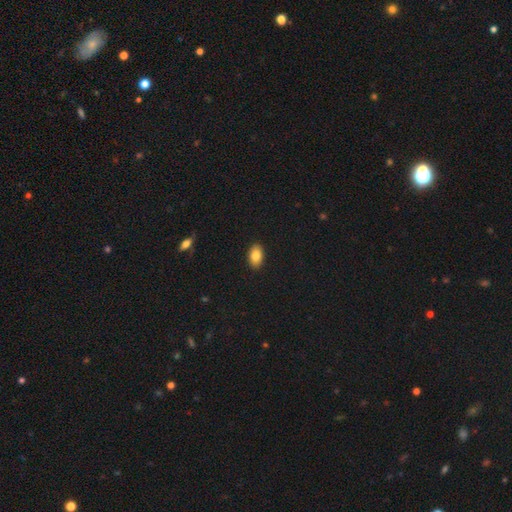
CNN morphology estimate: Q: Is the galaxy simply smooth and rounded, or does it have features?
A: smooth — 84%.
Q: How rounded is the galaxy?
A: in between — 92%.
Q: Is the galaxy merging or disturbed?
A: none — 91%.